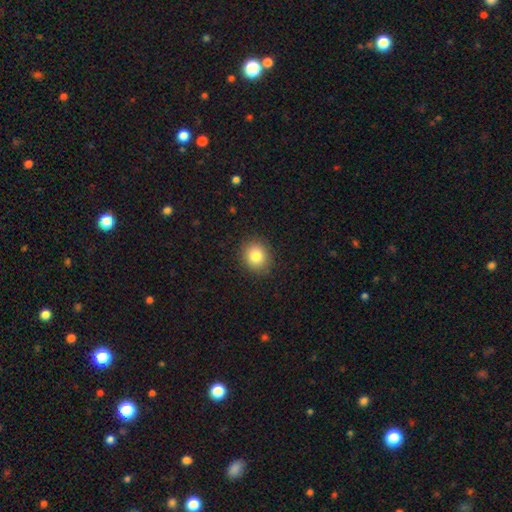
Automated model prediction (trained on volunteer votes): Smooth or featured? Predicted: smooth (p=0.83). How rounded? Predicted: round (p=0.78). Merging? Predicted: none (p=0.89).